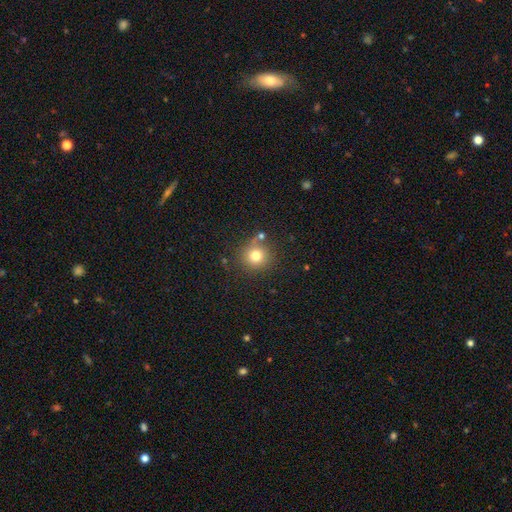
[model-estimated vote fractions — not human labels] Smooth or featured? smooth (77%)
How rounded? round (92%)
Merging? none (75%)